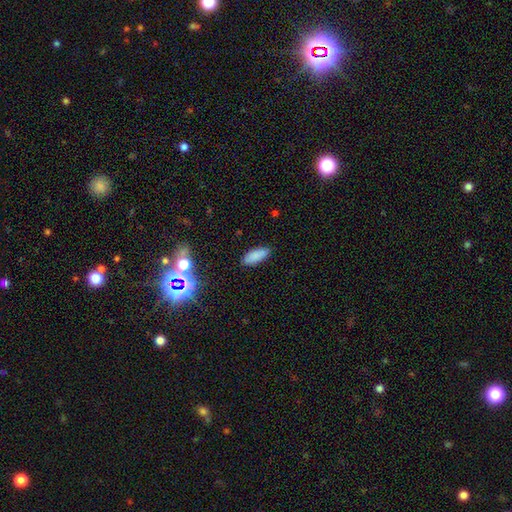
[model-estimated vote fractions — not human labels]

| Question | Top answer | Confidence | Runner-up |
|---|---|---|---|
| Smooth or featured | smooth | 84% | star or artifact (10%) |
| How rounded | in between | 75% | cigar-shaped (22%) |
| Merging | none | 86% | minor disturbance (10%) |